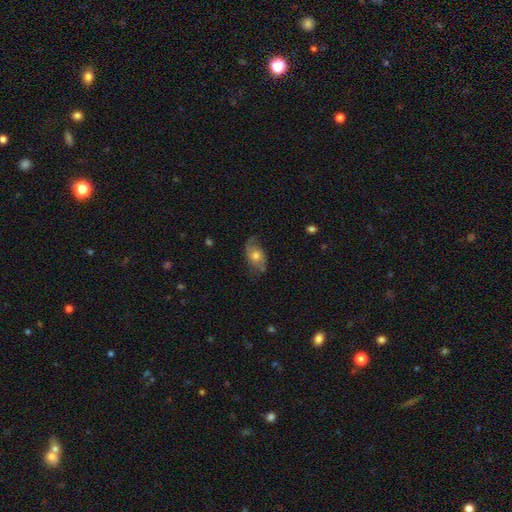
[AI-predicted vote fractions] Q: Smooth or featured?
A: featured or disk (53%); runner-up: smooth (39%)
Q: Edge-on disk?
A: no (93%); runner-up: yes (7%)
Q: Merging?
A: none (61%); runner-up: minor disturbance (25%)